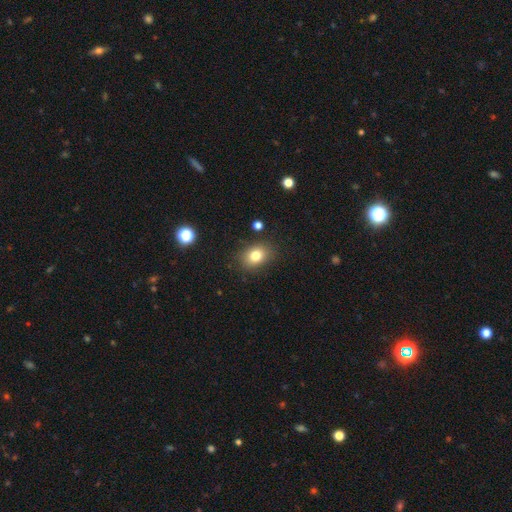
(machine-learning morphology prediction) A smooth galaxy with no disk features (79%) that is in between round and cigar-shaped (62%). Merging: none (84%).